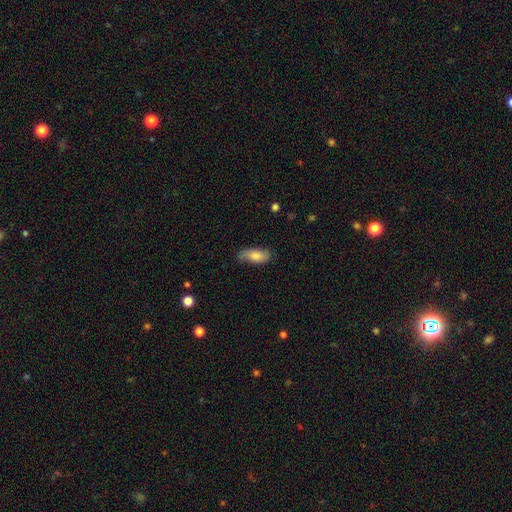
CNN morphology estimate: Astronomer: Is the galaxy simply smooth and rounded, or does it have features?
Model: smooth — 73%.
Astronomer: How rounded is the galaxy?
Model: in between — 84%.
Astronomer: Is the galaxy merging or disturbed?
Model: none — 67%.